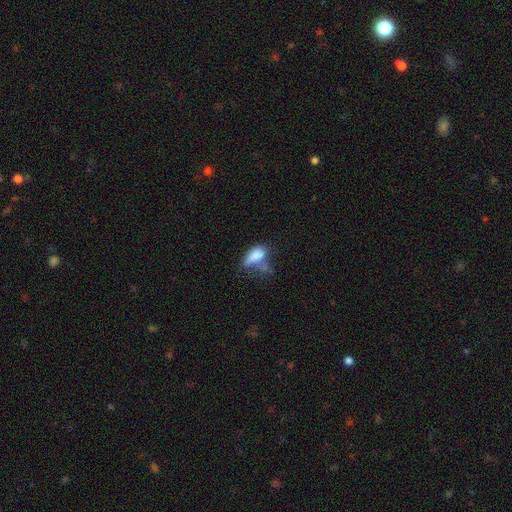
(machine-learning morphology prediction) Overall: smooth (73%). How rounded: in between (83%). Merging: major disturbance (27%; none 26%).